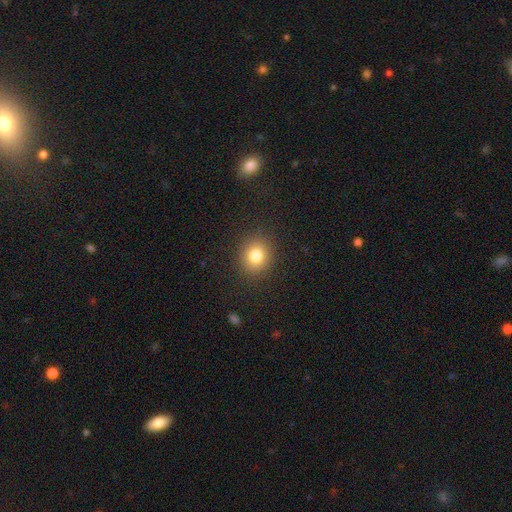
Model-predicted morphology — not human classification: Overall: smooth (81%). How rounded: round (79%). Merging: none (89%).